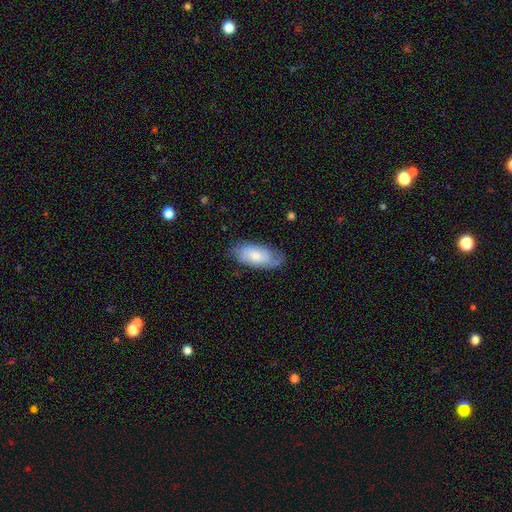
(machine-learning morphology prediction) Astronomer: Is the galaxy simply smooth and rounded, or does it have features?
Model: smooth — 58% (runner-up: featured or disk, 36%).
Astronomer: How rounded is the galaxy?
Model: in between — 89%.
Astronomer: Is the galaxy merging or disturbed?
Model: none — 71%.